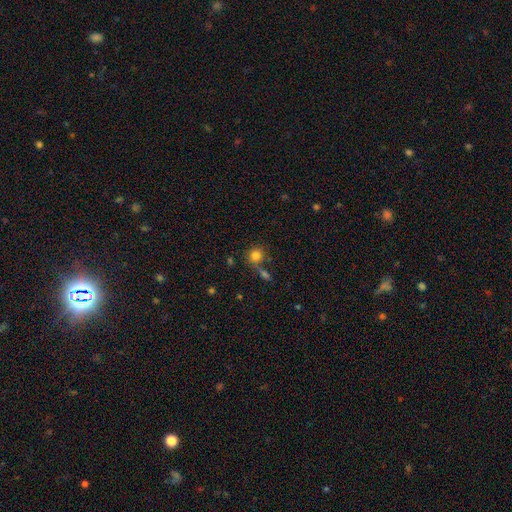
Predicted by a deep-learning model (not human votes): A smooth galaxy with no disk features (81%) that is round (86%).

Vote fractions:
- Smooth or featured? smooth: 81% / star or artifact: 12% / featured or disk: 7%
- How rounded? round: 86% / in between: 13% / cigar-shaped: 1%
- Merging? none: 66% / merger: 17% / minor disturbance: 12% / major disturbance: 5%